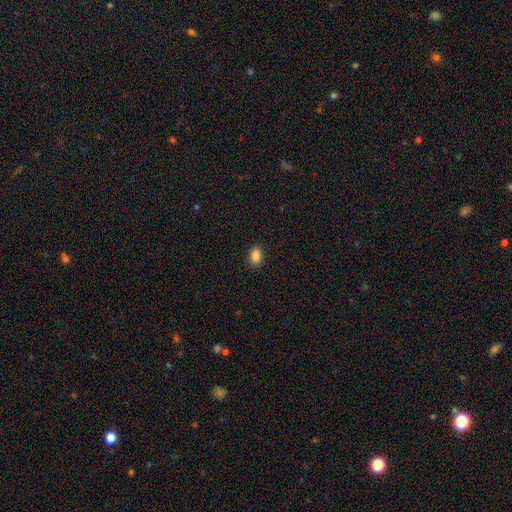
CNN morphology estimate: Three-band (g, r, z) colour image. It shows a smooth galaxy with no disk features (87%) that is in between round and cigar-shaped (83%). Merging: none (90%).